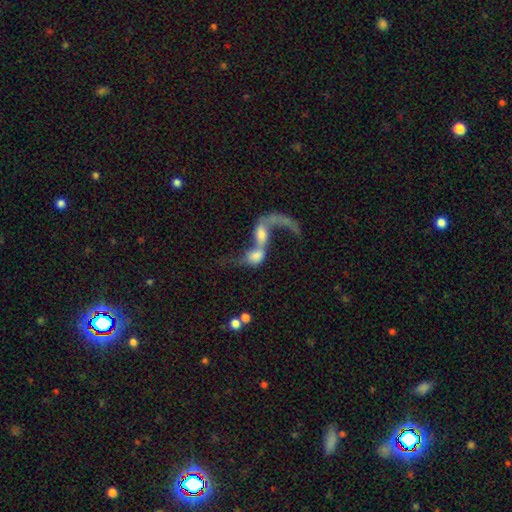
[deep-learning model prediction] This is possibly a featured or disk galaxy (49%). Merging: likely merger (77%).